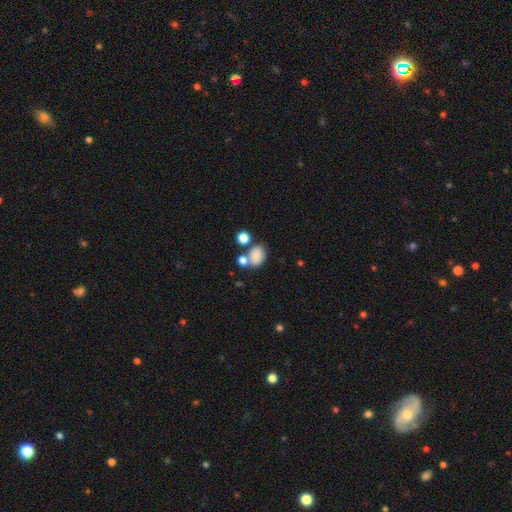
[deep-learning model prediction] Smooth or featured? smooth (82%)
How rounded? in between (65%)
Merging? none (48%)